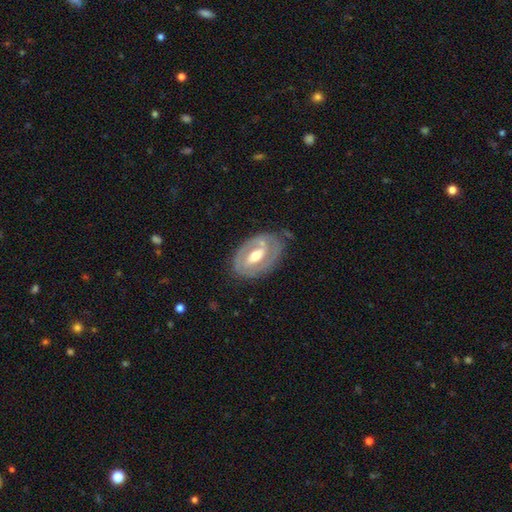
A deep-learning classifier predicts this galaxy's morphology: Smooth or featured: featured or disk — 77% (smooth — 18%)
Edge-on disk: no — 94% (yes — 6%)
Bar: weak — 39% (strong — 34%)
Spiral arms: yes — 67% (no — 33%)
Bulge size: moderate — 69% (small — 18%)
Merging: none — 71% (minor disturbance — 20%)